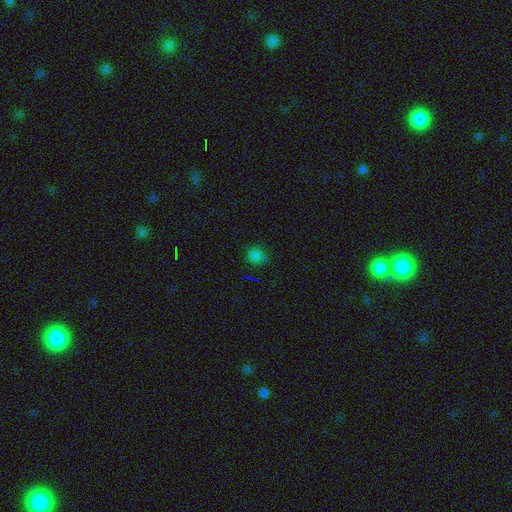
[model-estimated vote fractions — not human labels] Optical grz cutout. It shows a smooth galaxy with no disk features (75%) that is round (83%). Merging: none (80%).